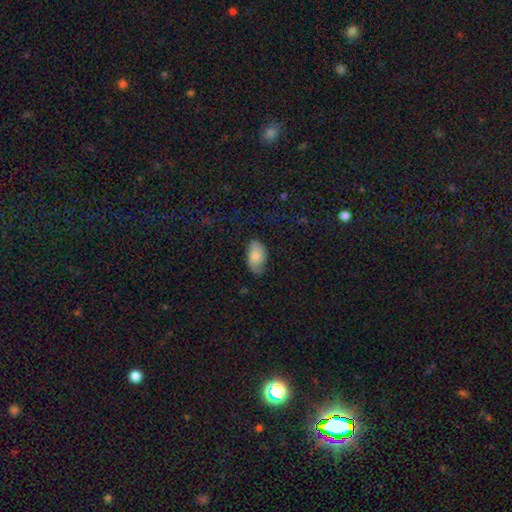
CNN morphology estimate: A smooth galaxy with no disk features (79%) that is in between round and cigar-shaped (94%).

Vote fractions:
- Smooth or featured? smooth: 79% / featured or disk: 14% / star or artifact: 7%
- How rounded? in between: 94% / round: 5% / cigar-shaped: 1%
- Merging? none: 68% / minor disturbance: 26% / major disturbance: 5% / merger: 1%